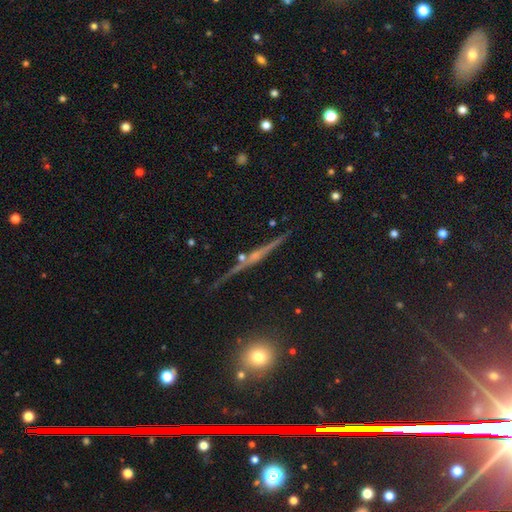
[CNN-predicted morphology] A featured or disk galaxy (75%) viewed edge-on (96%) with a rounded central bulge (55%).

Vote fractions:
- Smooth or featured? featured or disk: 75% / smooth: 13% / star or artifact: 13%
- Edge-on disk? yes: 96% / no: 4%
- Edge-on bulge? rounded: 55% / none: 32% / boxy: 12%
- Merging? none: 83% / minor disturbance: 10% / merger: 4% / major disturbance: 3%